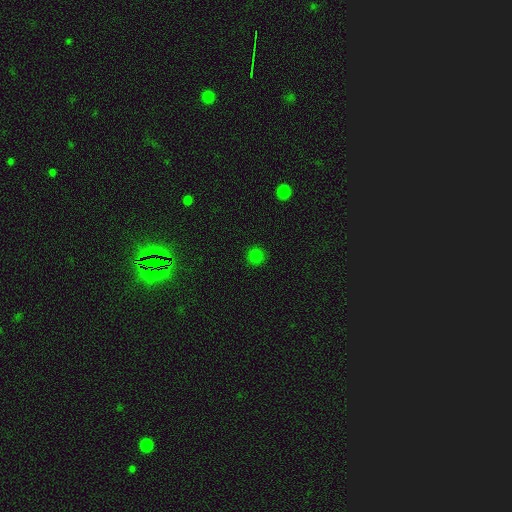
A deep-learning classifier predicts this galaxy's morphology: Q: Smooth or featured?
A: smooth (79%); runner-up: star or artifact (17%)
Q: How rounded?
A: round (93%); runner-up: in between (6%)
Q: Merging?
A: none (90%); runner-up: minor disturbance (6%)